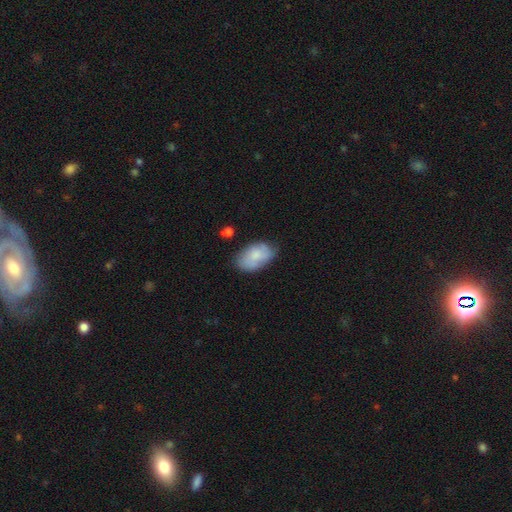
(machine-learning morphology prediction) A smooth galaxy with no disk features (72%) that is in between round and cigar-shaped (92%). Merging: none (64%).